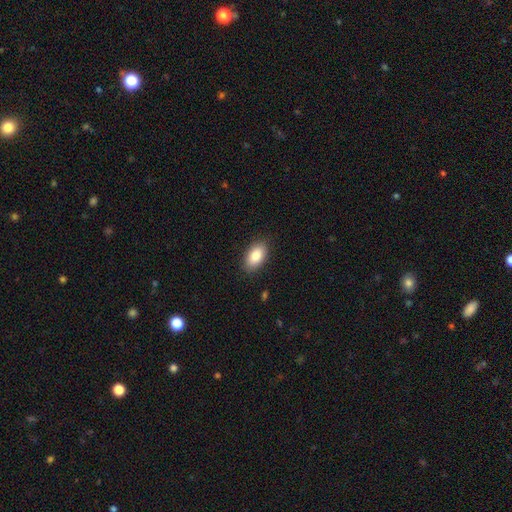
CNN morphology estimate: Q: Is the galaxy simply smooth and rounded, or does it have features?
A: smooth — 87%.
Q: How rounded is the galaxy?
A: in between — 93%.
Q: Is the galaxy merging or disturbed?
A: none — 87%.